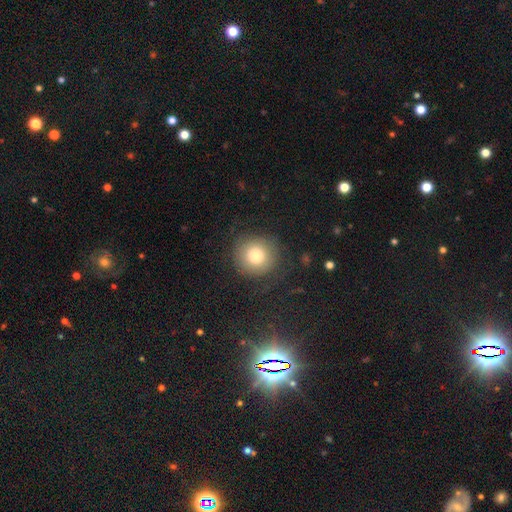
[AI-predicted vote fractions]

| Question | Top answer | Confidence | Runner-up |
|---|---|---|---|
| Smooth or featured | smooth | 74% | featured or disk (15%) |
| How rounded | round | 93% | in between (6%) |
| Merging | none | 79% | minor disturbance (11%) |